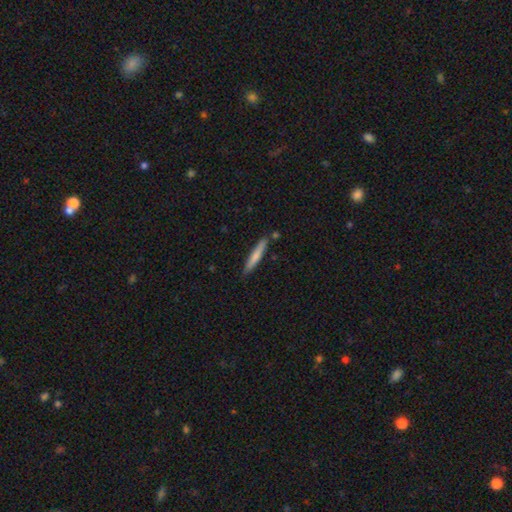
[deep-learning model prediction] Smooth or featured? smooth (69%)
How rounded? cigar-shaped (93%)
Merging? none (81%)